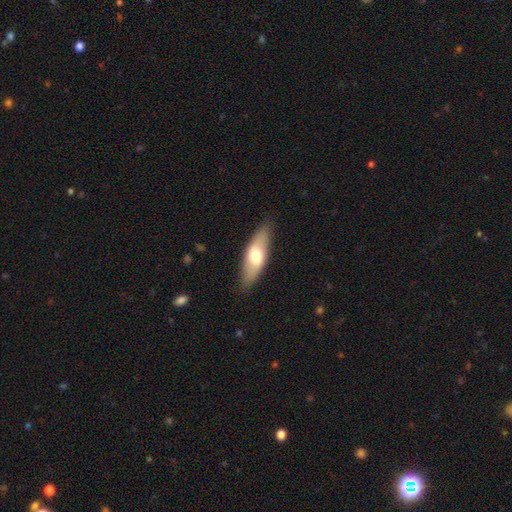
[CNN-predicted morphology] Smooth or featured? smooth (61%)
How rounded? in between (61%)
Merging? none (85%)